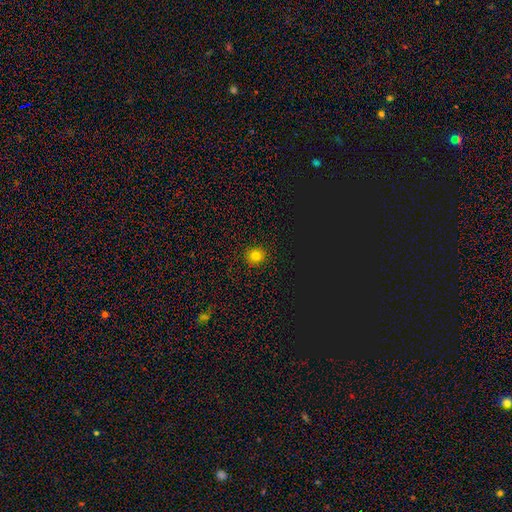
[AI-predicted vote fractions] smooth_or_featured: smooth (p=0.76) [alt: star or artifact p=0.18]
how_rounded: round (p=0.90) [alt: in between p=0.09]
merging: none (p=0.91) [alt: minor disturbance p=0.06]